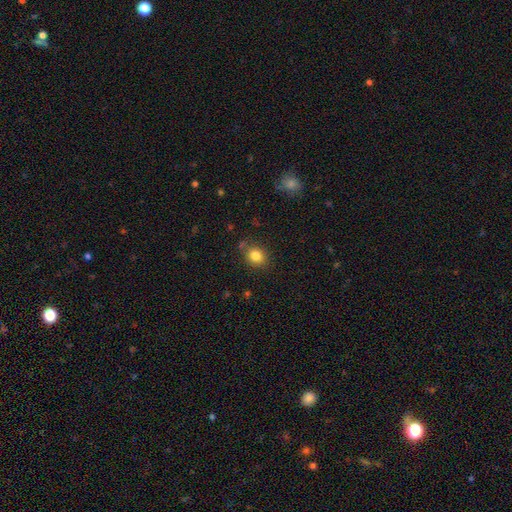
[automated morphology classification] A smooth galaxy with no disk features (83%) that is round (66%).

Vote fractions:
- Smooth or featured? smooth: 83% / star or artifact: 11% / featured or disk: 6%
- How rounded? round: 66% / in between: 33% / cigar-shaped: 1%
- Merging? none: 80% / minor disturbance: 13% / merger: 4% / major disturbance: 4%